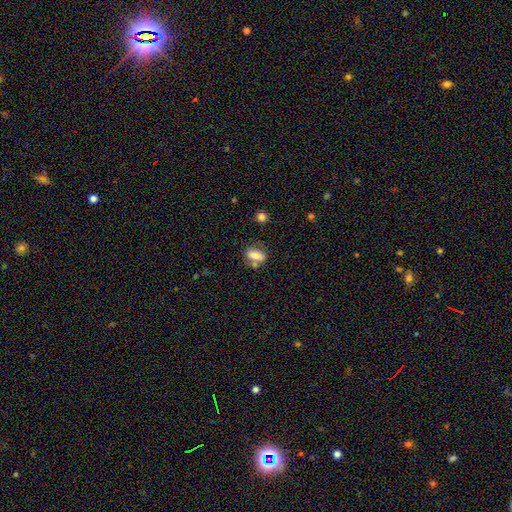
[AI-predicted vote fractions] Overall: smooth (71%). How rounded: in between (69%). Merging: none (65%).